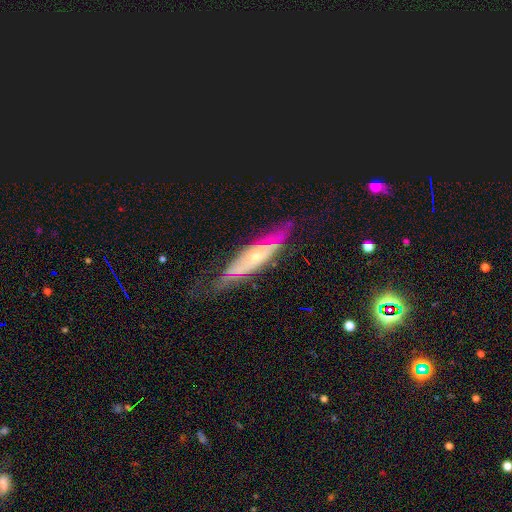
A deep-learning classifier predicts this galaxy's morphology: Smooth or featured? Predicted: featured or disk (p=0.74). Edge-on disk? Predicted: no (p=0.58). Merging? Predicted: none (p=0.64).